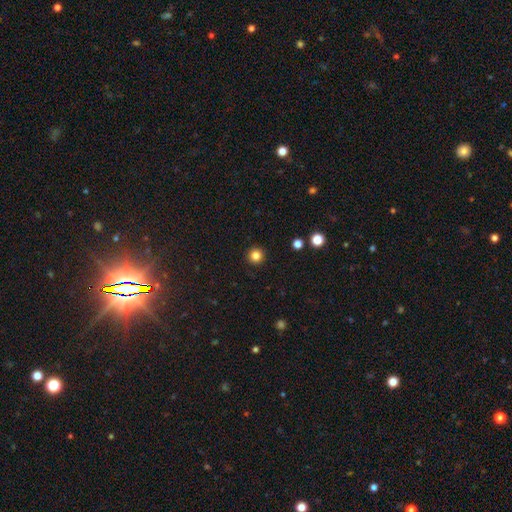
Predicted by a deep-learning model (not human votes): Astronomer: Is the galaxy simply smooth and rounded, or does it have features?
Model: smooth — 83%.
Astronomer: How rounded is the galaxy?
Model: round — 96%.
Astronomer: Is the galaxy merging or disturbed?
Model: none — 93%.